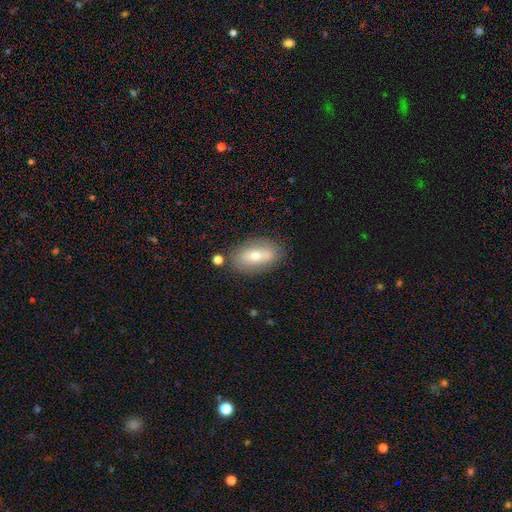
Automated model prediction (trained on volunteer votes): A smooth galaxy with no disk features (61%) that is in between round and cigar-shaped (87%). Merging: none (79%).